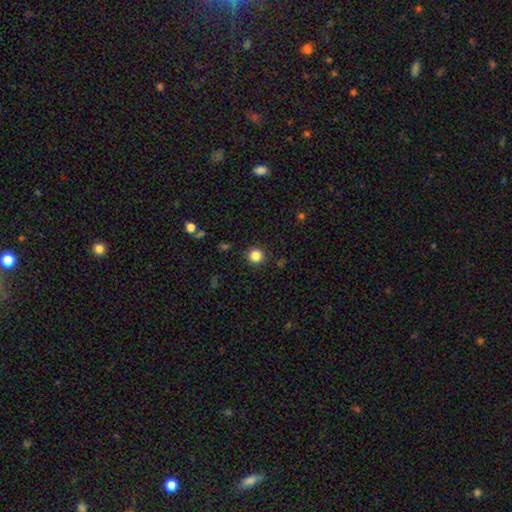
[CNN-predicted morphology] smooth_or_featured: smooth (p=0.85) [alt: star or artifact p=0.12]
how_rounded: round (p=0.95) [alt: in between p=0.04]
merging: none (p=0.92) [alt: minor disturbance p=0.05]